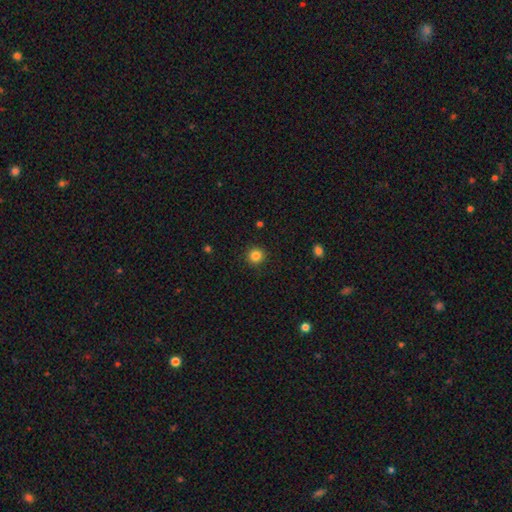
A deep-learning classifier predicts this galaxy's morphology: smooth 84%, star or artifact 11%, featured or disk 4%. Down the decision tree: how rounded — round (93%); merging — none (92%).